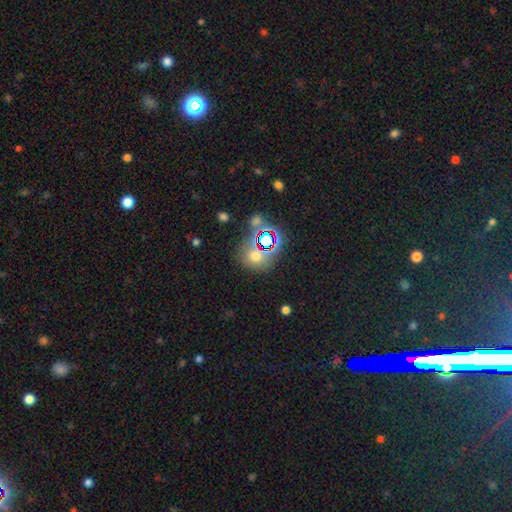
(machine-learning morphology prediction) The model was most divided on "smooth or featured": smooth: 57%, star or artifact: 33%, featured or disk: 10%. More confident: how rounded — round (72%); merging — none (68%).